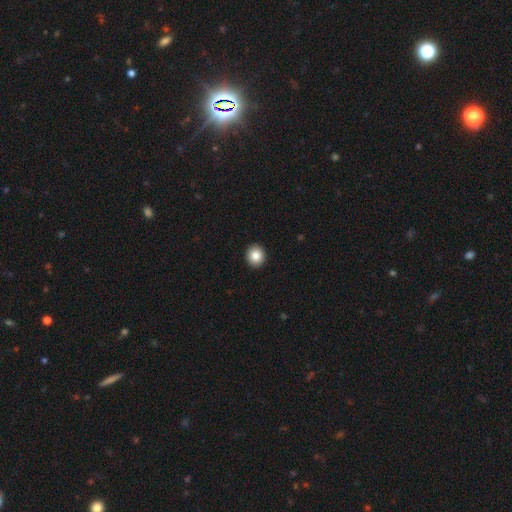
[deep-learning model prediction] This appears to be a smooth galaxy with no disk features (86%) that is round (89%). Merging: none (93%).